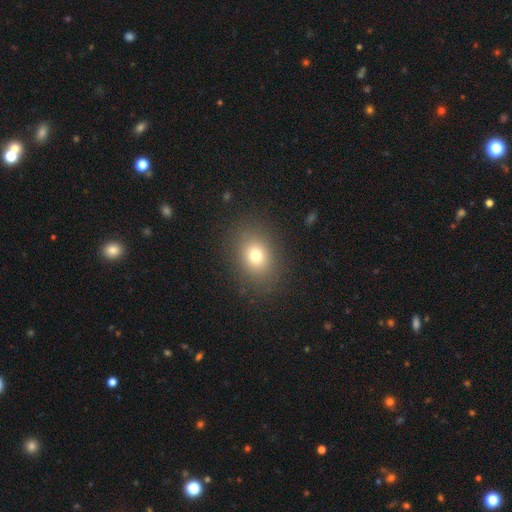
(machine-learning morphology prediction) A smooth galaxy with no disk features (74%) that is in between round and cigar-shaped (55%).

Vote fractions:
- Smooth or featured? smooth: 74% / star or artifact: 14% / featured or disk: 12%
- How rounded? in between: 55% / round: 44% / cigar-shaped: 1%
- Merging? none: 86% / minor disturbance: 9% / major disturbance: 5% / merger: 1%